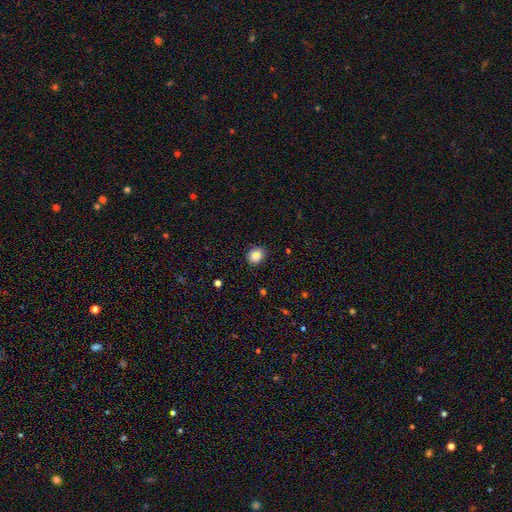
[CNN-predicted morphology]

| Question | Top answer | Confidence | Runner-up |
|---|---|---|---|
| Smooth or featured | smooth | 86% | star or artifact (9%) |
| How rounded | round | 61% | in between (38%) |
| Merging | none | 88% | minor disturbance (8%) |